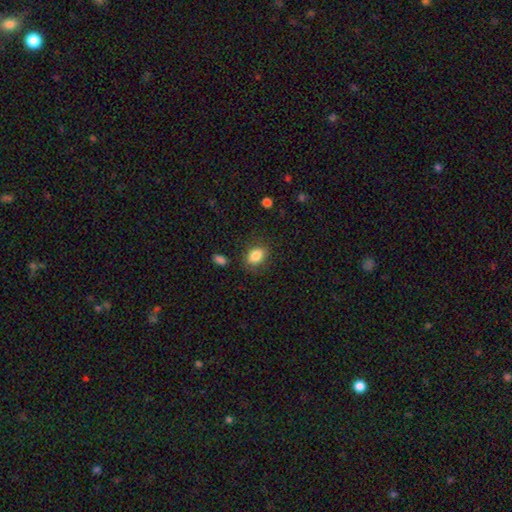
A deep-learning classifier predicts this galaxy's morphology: Smooth or featured? smooth (85%)
How rounded? in between (77%)
Merging? none (81%)